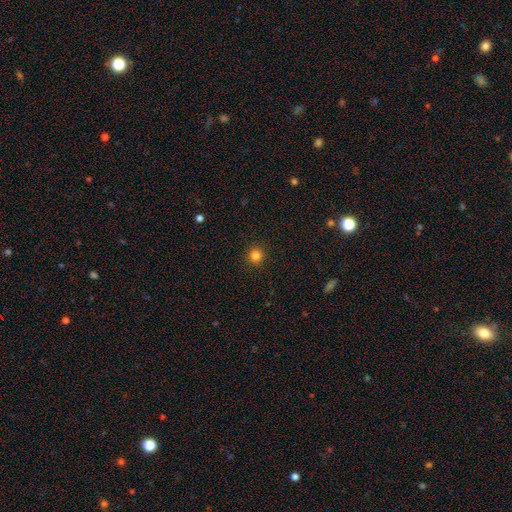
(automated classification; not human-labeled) Overall: smooth (83%). How rounded: round (94%). Merging: none (92%).